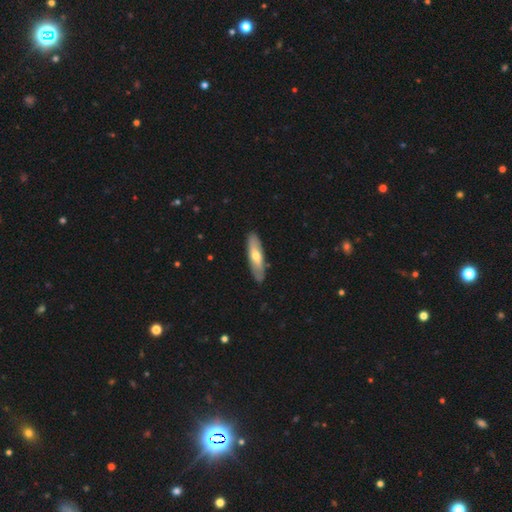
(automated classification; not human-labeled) The model was most divided on "smooth or featured": smooth: 54%, featured or disk: 41%, star or artifact: 5%. More confident: merging — none (87%); how rounded — cigar-shaped (61%).